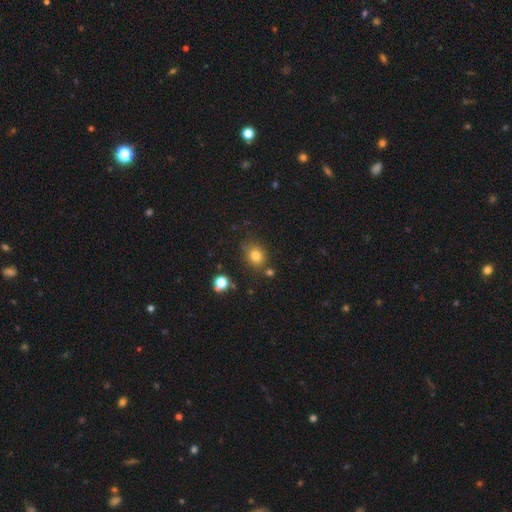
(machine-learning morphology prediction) A smooth galaxy with no disk features (80%) that is round (67%).

Vote fractions:
- Smooth or featured? smooth: 80% / star or artifact: 13% / featured or disk: 7%
- How rounded? round: 67% / in between: 32% / cigar-shaped: 1%
- Merging? none: 75% / minor disturbance: 13% / merger: 7% / major disturbance: 4%